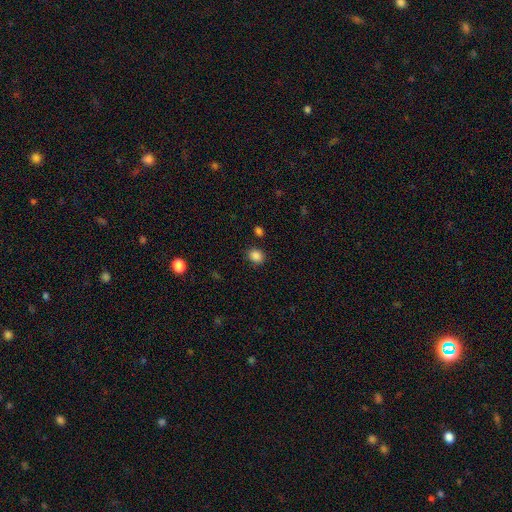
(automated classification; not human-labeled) Q: Smooth or featured?
A: smooth (86%); runner-up: star or artifact (11%)
Q: How rounded?
A: round (62%); runner-up: in between (37%)
Q: Merging?
A: none (84%); runner-up: minor disturbance (10%)